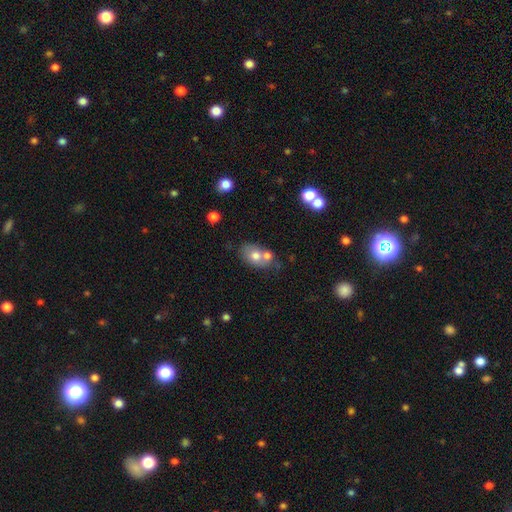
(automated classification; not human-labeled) A smooth galaxy with no disk features (68%) that is in between round and cigar-shaped (74%).

Vote fractions:
- Smooth or featured? smooth: 68% / featured or disk: 23% / star or artifact: 9%
- How rounded? in between: 74% / round: 24% / cigar-shaped: 1%
- Merging? merger: 45% / none: 37% / minor disturbance: 13% / major disturbance: 5%